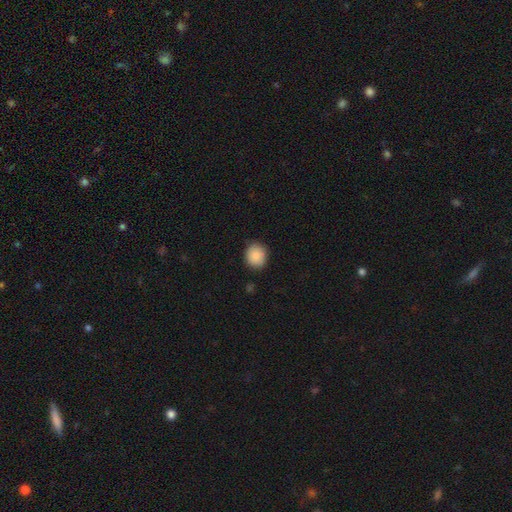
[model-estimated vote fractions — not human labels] Overall: smooth (89%). How rounded: round (75%). Merging: none (85%).